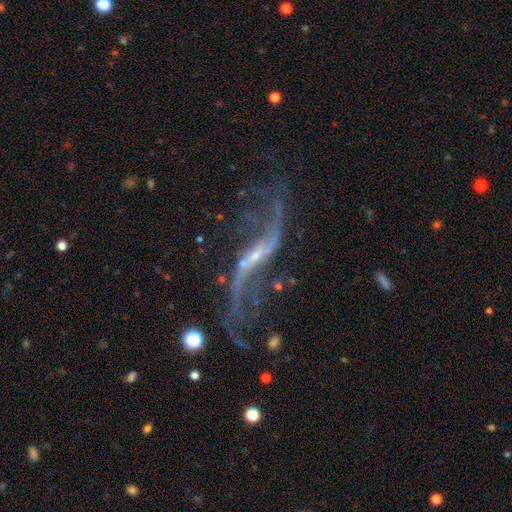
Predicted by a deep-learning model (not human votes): Smooth or featured? Predicted: featured or disk (p=0.86). Edge-on disk? Predicted: no (p=0.89). Bar? Predicted: weak (p=0.36). Spiral arms? Predicted: yes (p=0.90). Spiral winding? Predicted: loose (p=0.93). Spiral arm count? Predicted: 2 (p=0.90). Bulge size? Predicted: small (p=0.68). Merging? Predicted: none (p=0.43).